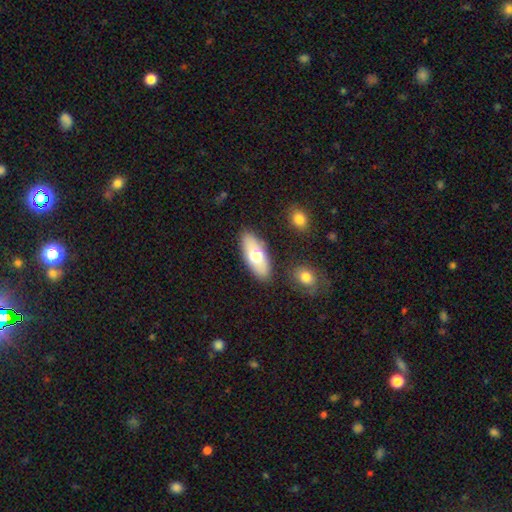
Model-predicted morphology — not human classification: Smooth or featured?
  - smooth: 67% *
  - featured or disk: 27%
  - star or artifact: 6%
How rounded?
  - in between: 80% *
  - cigar-shaped: 17%
  - round: 3%
Merging?
  - none: 83% *
  - minor disturbance: 10%
  - merger: 4%
  - major disturbance: 2%